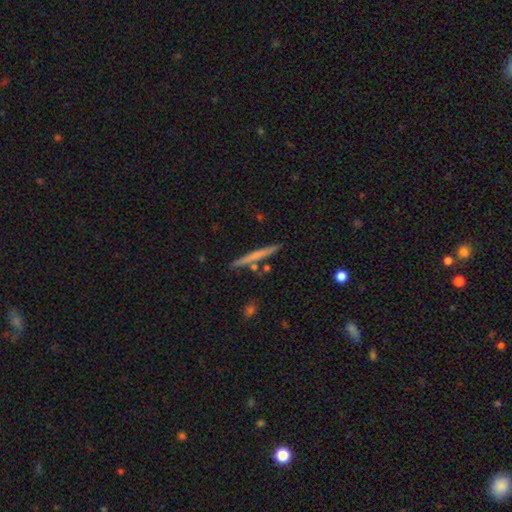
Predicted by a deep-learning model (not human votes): Q: Smooth or featured?
A: smooth (55%); runner-up: featured or disk (39%)
Q: How rounded?
A: cigar-shaped (96%); runner-up: in between (2%)
Q: Merging?
A: none (87%); runner-up: minor disturbance (7%)